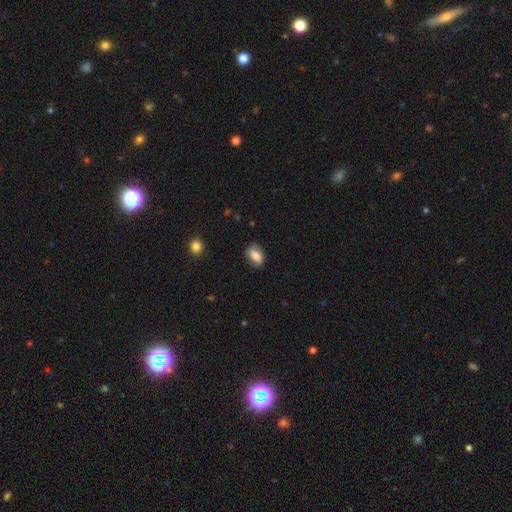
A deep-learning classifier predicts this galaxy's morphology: Smooth or featured: smooth — 79% (featured or disk — 13%)
How rounded: in between — 82% (round — 14%)
Merging: none — 73% (minor disturbance — 21%)